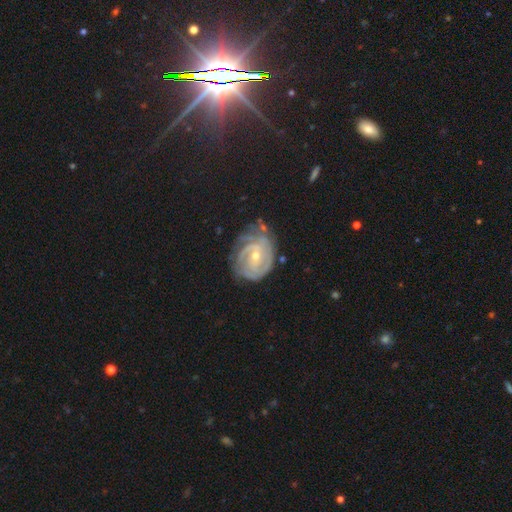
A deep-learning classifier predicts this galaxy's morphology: Q: Smooth or featured?
A: featured or disk (84%); runner-up: star or artifact (8%)
Q: Edge-on disk?
A: no (97%); runner-up: yes (3%)
Q: Bar?
A: no (51%); runner-up: weak (38%)
Q: Spiral arms?
A: yes (96%); runner-up: no (4%)
Q: Spiral winding?
A: tight (77%); runner-up: medium (19%)
Q: Spiral arm count?
A: 2 (28%); runner-up: can't tell (27%)
Q: Bulge size?
A: small (58%); runner-up: moderate (39%)
Q: Merging?
A: none (66%); runner-up: minor disturbance (23%)